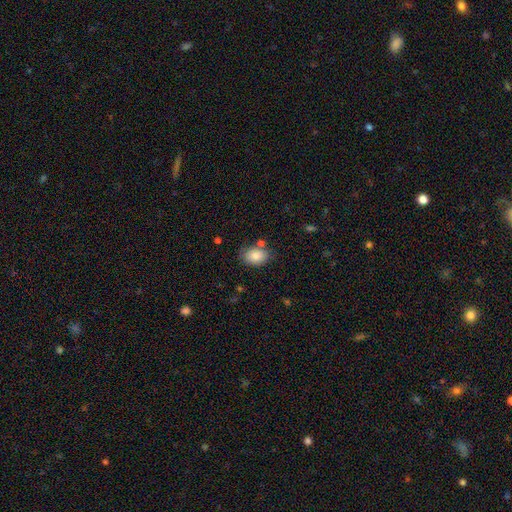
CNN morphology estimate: Q: Smooth or featured?
A: smooth (84%); runner-up: featured or disk (8%)
Q: How rounded?
A: in between (81%); runner-up: round (18%)
Q: Merging?
A: none (71%); runner-up: minor disturbance (16%)